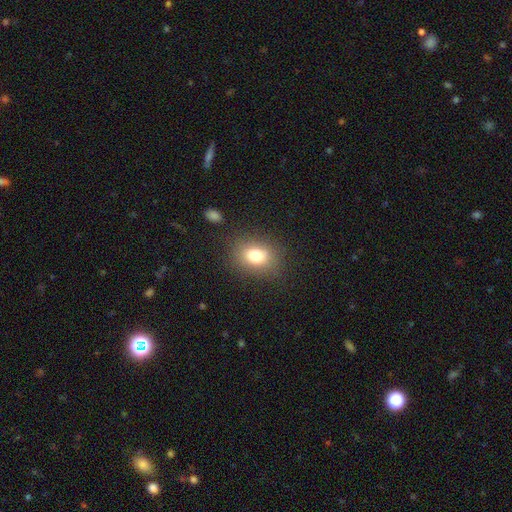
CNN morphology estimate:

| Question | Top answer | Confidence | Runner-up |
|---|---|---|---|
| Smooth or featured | smooth | 77% | star or artifact (12%) |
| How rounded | in between | 59% | round (40%) |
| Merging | none | 81% | minor disturbance (12%) |